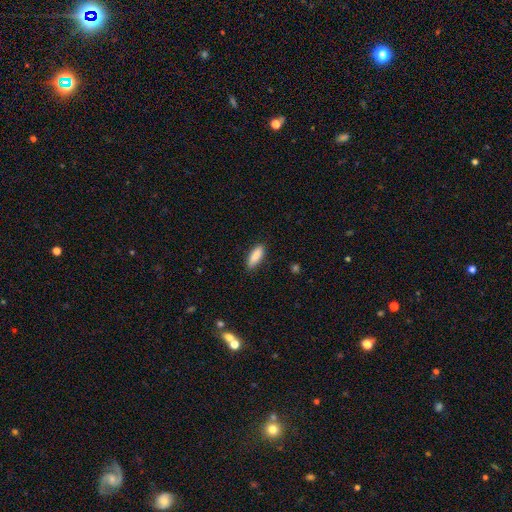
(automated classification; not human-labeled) smooth-or-featured: smooth: 88% | featured or disk: 6% | star or artifact: 6%
  how-rounded: in between: 63% | cigar-shaped: 35% | round: 2%
  merging: none: 85% | minor disturbance: 12% | major disturbance: 2% | merger: 1%